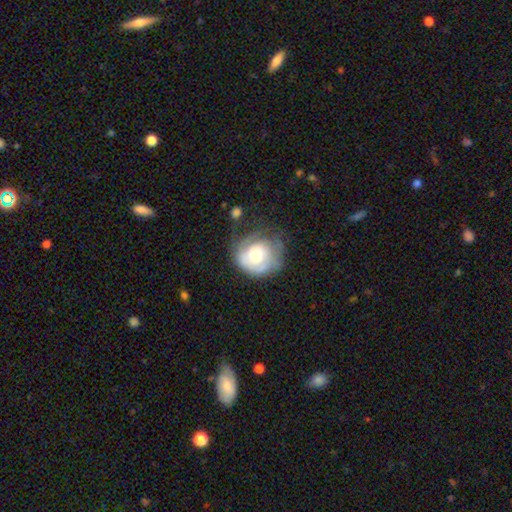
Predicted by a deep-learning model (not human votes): This appears to be a featured or disk galaxy (48%). Merging: none (43%).